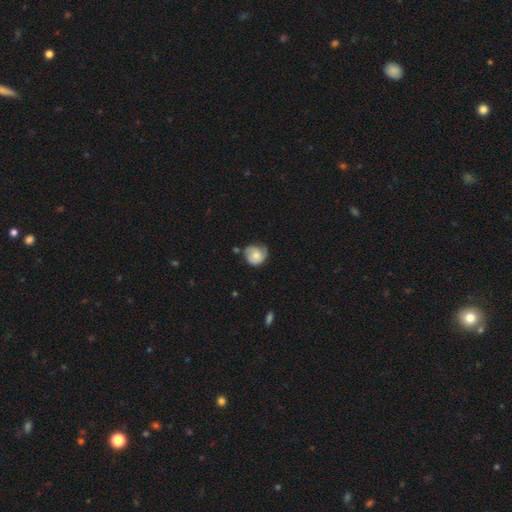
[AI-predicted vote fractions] Smooth or featured?
  - featured or disk: 52% *
  - smooth: 41%
  - star or artifact: 7%
Edge-on disk?
  - no: 97% *
  - yes: 3%
Bar?
  - no: 76% *
  - weak: 21%
  - strong: 3%
Spiral arms?
  - yes: 85% *
  - no: 15%
Bulge size?
  - moderate: 53% *
  - small: 33%
  - large: 7%
  - none: 5%
  - dominant: 1%
Merging?
  - none: 55% *
  - minor disturbance: 31%
  - major disturbance: 10%
  - merger: 4%